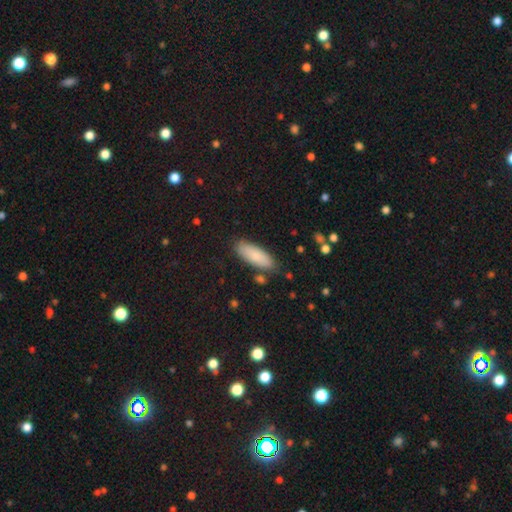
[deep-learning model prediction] Morphology: type=smooth (86%); roundness=in between (68%); merging=none (83%).